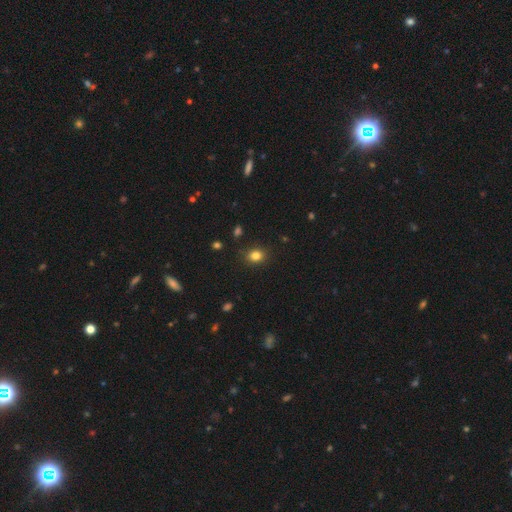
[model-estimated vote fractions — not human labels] This appears to be a smooth galaxy with no disk features (83%) that is round (53%). Merging: none (86%).